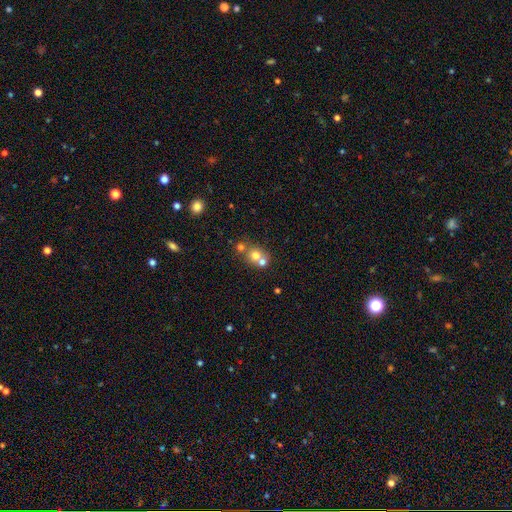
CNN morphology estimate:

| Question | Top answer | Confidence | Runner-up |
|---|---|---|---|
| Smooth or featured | smooth | 68% | featured or disk (18%) |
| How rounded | round | 81% | in between (18%) |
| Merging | merger | 52% | none (40%) |